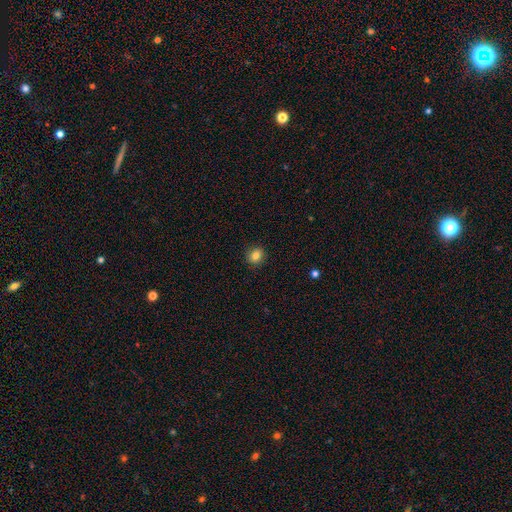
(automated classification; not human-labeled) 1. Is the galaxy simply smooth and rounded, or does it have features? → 82% smooth, 11% star or artifact, 6% featured or disk.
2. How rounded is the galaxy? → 78% round, 21% in between, 1% cigar-shaped.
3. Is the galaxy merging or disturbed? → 90% none, 7% minor disturbance, 2% major disturbance, 1% merger.